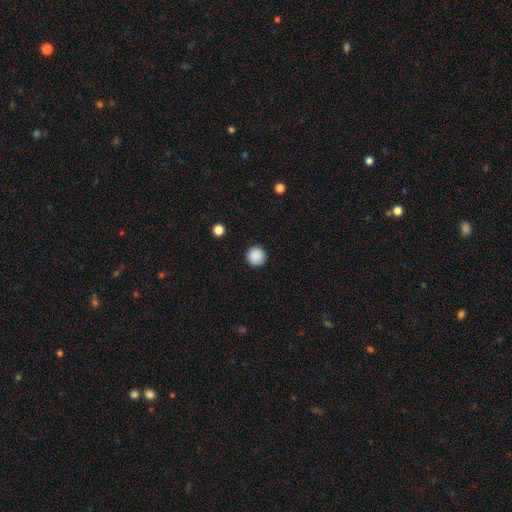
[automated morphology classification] A smooth galaxy with no disk features (89%) that is round (96%). Merging: none (92%).